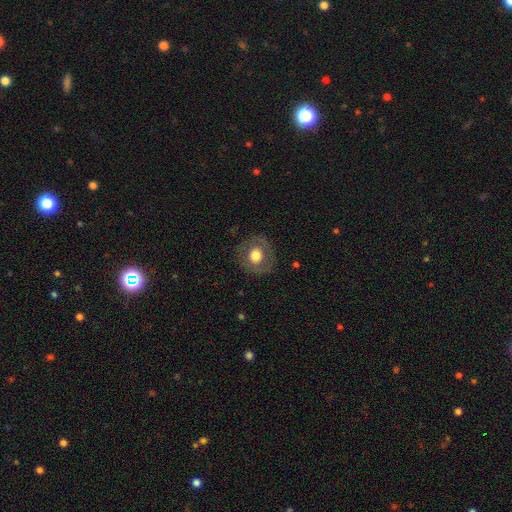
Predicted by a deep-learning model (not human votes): A smooth galaxy with no disk features (58%) that is round (86%). Merging: none (82%).